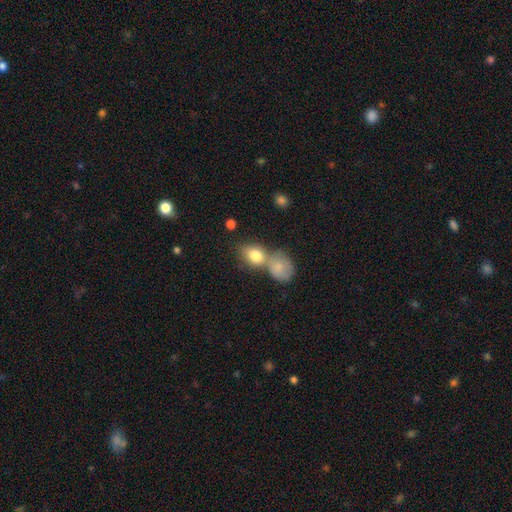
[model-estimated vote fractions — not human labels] Morphology: type=smooth (81%); roundness=in between (64%); merging=merger (51%).